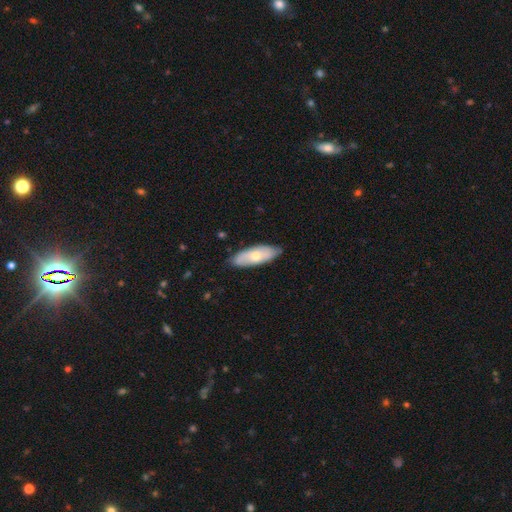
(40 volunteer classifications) Volunteers were most divided on "smooth or featured": smooth: 55%, featured or disk: 40%, star or artifact: 5%. More confident: how rounded — in between (91%); merging — none (84%).